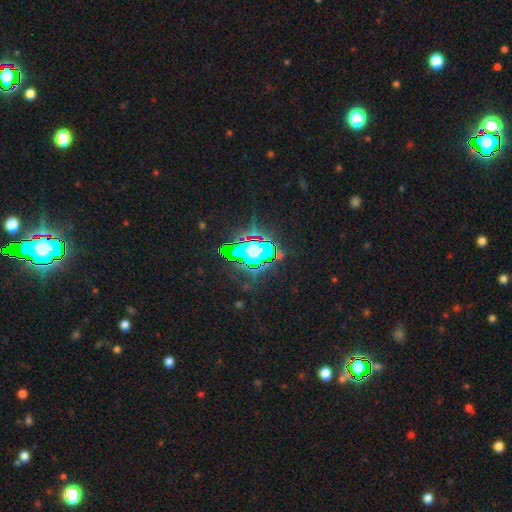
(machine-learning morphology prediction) Overall: star or artifact (55%; smooth 26%).